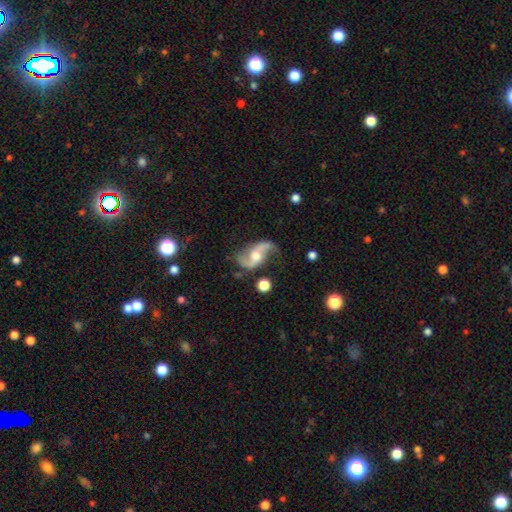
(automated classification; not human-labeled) Smooth or featured? featured or disk (88%)
Edge-on disk? no (97%)
Bar? no (47%)
Spiral arms? yes (96%)
Spiral winding? loose (71%)
Spiral arm count? 2 (93%)
Bulge size? moderate (60%)
Merging? none (70%)